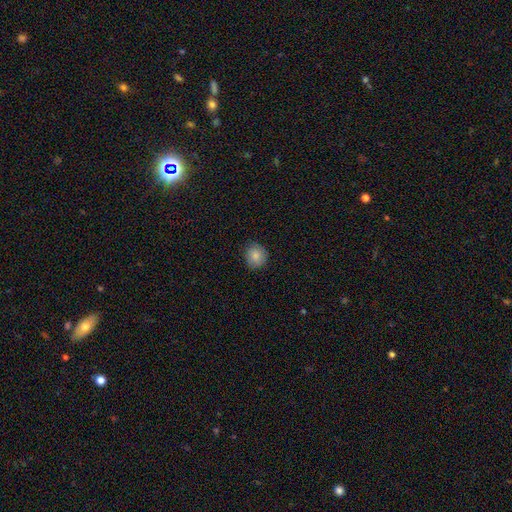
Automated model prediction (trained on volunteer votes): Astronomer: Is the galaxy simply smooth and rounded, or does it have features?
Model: smooth — 85%.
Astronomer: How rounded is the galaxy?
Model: round — 81%.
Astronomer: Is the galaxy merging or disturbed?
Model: none — 84%.